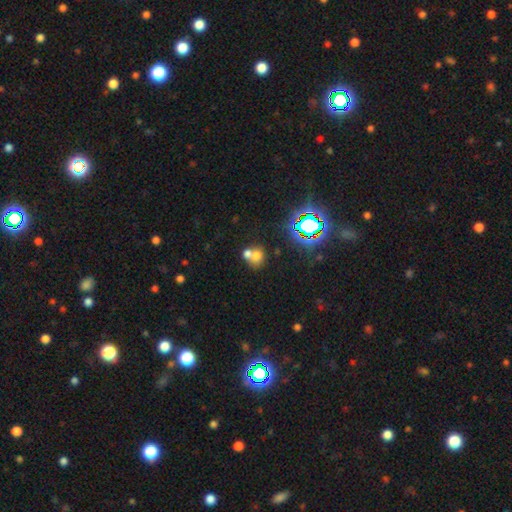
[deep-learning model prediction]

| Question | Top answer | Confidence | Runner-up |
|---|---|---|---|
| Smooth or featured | smooth | 65% | star or artifact (18%) |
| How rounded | round | 73% | in between (26%) |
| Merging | merger | 59% | none (31%) |